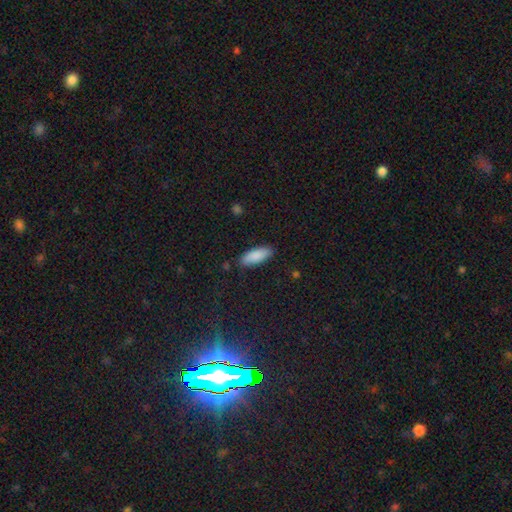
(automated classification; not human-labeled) A smooth galaxy with no disk features (88%) that is in between round and cigar-shaped (74%). Merging: none (85%).